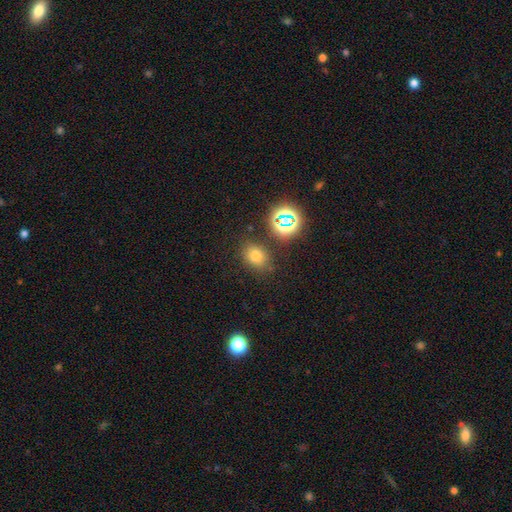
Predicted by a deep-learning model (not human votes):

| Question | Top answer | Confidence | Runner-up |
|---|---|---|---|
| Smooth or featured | smooth | 70% | star or artifact (21%) |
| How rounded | in between | 58% | round (41%) |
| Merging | none | 80% | minor disturbance (12%) |